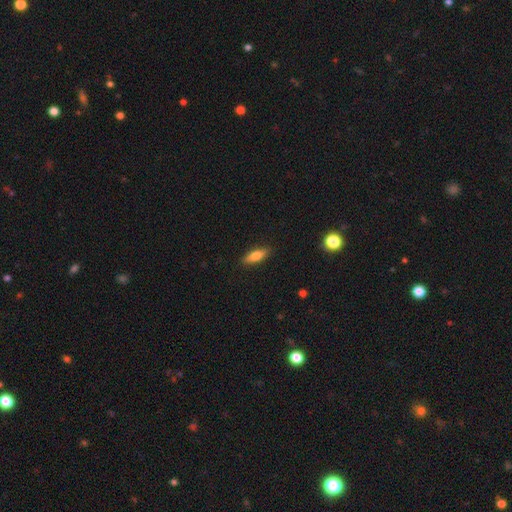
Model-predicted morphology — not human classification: A smooth galaxy with no disk features (73%) that is in between round and cigar-shaped (52%).

Vote fractions:
- Smooth or featured? smooth: 73% / featured or disk: 21% / star or artifact: 7%
- How rounded? in between: 52% / cigar-shaped: 45% / round: 3%
- Merging? none: 88% / minor disturbance: 9% / major disturbance: 2% / merger: 1%